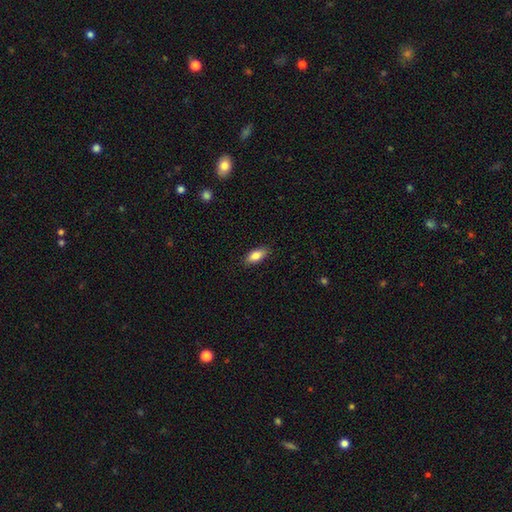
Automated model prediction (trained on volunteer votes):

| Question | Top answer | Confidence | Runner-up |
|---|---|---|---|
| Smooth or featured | smooth | 82% | featured or disk (11%) |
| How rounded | in between | 83% | cigar-shaped (14%) |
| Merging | none | 86% | minor disturbance (11%) |